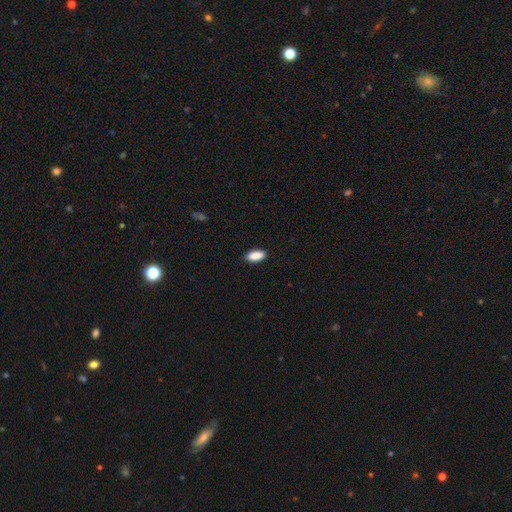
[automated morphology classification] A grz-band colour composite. It shows a smooth galaxy with no disk features (90%) that is in between round and cigar-shaped (89%). Merging: none (87%).